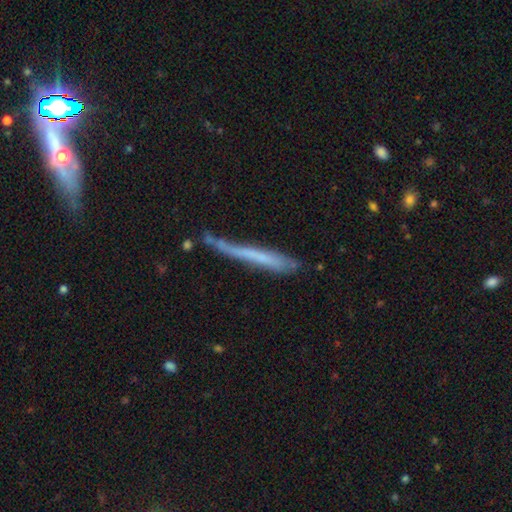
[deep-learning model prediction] Smooth or featured? Predicted: smooth (p=0.50). Merging? Predicted: none (p=0.56).